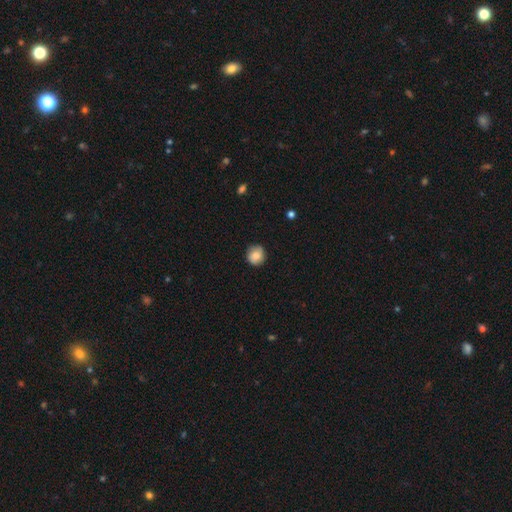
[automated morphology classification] Q: Smooth or featured?
A: smooth (83%); runner-up: featured or disk (9%)
Q: How rounded?
A: round (91%); runner-up: in between (8%)
Q: Merging?
A: none (84%); runner-up: minor disturbance (12%)